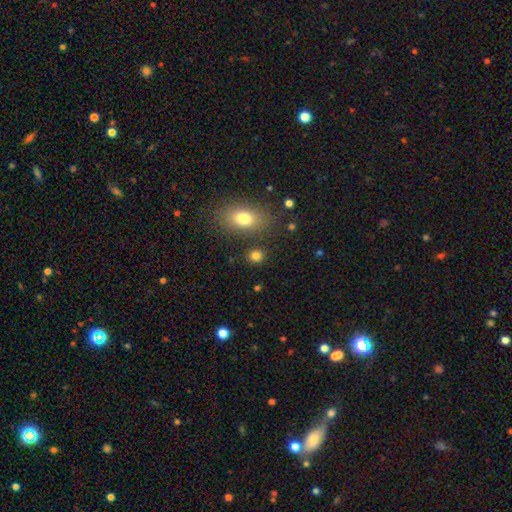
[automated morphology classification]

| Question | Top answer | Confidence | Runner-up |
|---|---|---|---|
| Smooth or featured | smooth | 82% | star or artifact (13%) |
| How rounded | round | 73% | in between (26%) |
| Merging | none | 85% | minor disturbance (8%) |